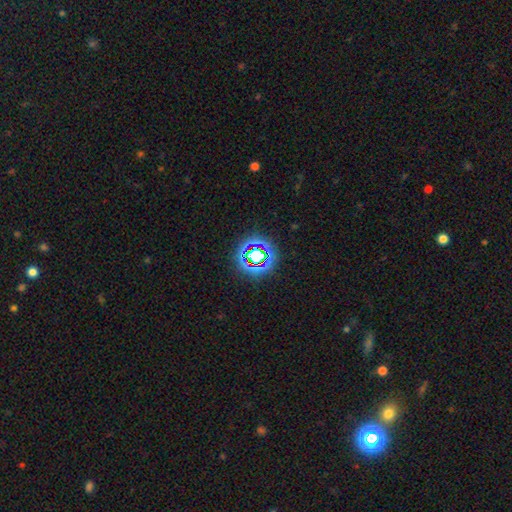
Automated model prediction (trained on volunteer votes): Morphology: type=star or artifact (64%).